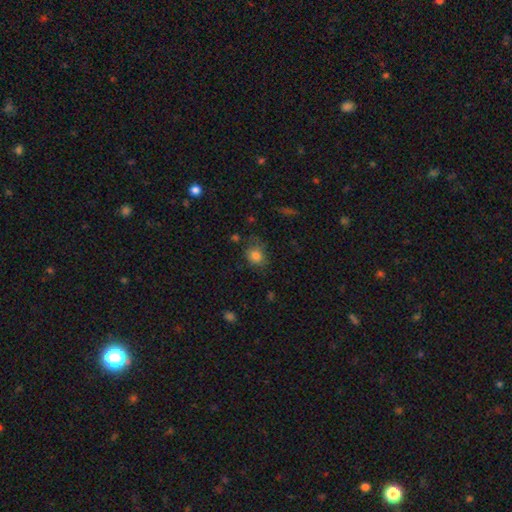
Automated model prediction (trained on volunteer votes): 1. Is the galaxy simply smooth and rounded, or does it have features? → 81% smooth, 11% star or artifact, 8% featured or disk.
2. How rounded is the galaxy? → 56% round, 43% in between, 1% cigar-shaped.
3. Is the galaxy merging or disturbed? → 60% none, 26% minor disturbance, 11% major disturbance, 3% merger.